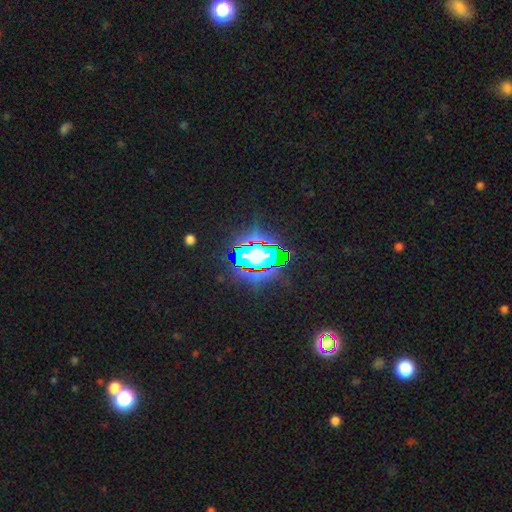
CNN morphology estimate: This is likely a star or artifact rather than a galaxy (64%).